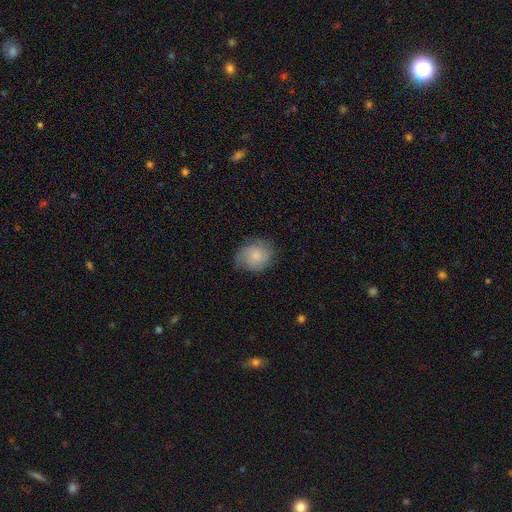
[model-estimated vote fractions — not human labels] Overall: smooth (75%). How rounded: round (67%; in between 32%). Merging: none (67%).